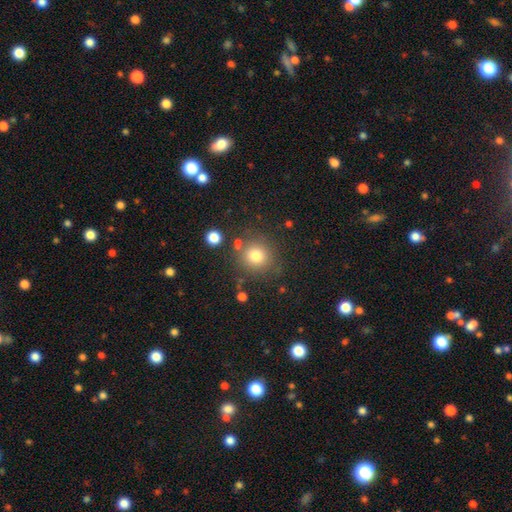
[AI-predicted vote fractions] Smooth or featured: smooth — 78% (star or artifact — 13%)
How rounded: round — 90% (in between — 9%)
Merging: none — 78% (minor disturbance — 10%)